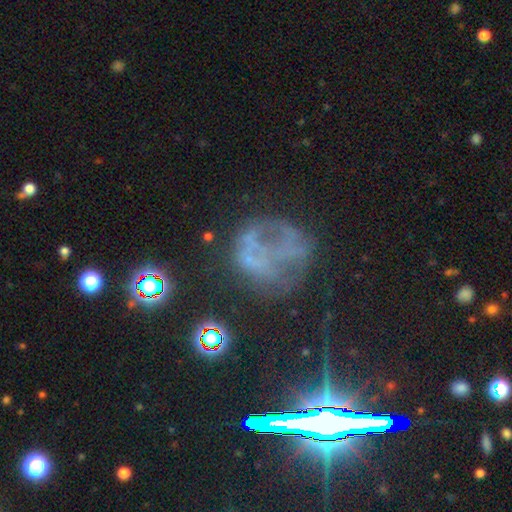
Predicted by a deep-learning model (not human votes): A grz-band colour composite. It shows a featured or disk galaxy (45%). Merging: none (45%).